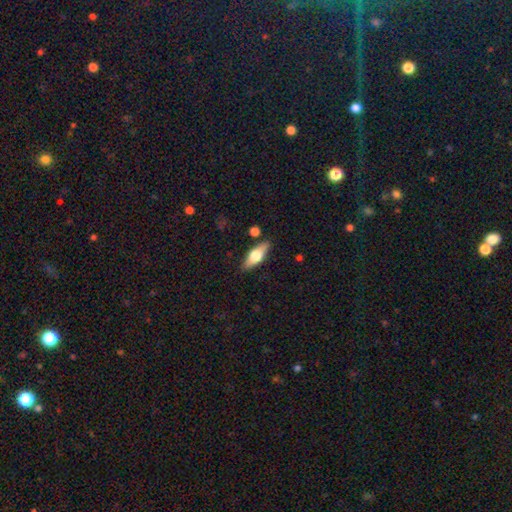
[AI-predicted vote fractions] smooth-or-featured: smooth: 54% | featured or disk: 40% | star or artifact: 6%
  how-rounded: in between: 67% | cigar-shaped: 30% | round: 3%
  merging: none: 84% | minor disturbance: 10% | merger: 3% | major disturbance: 2%